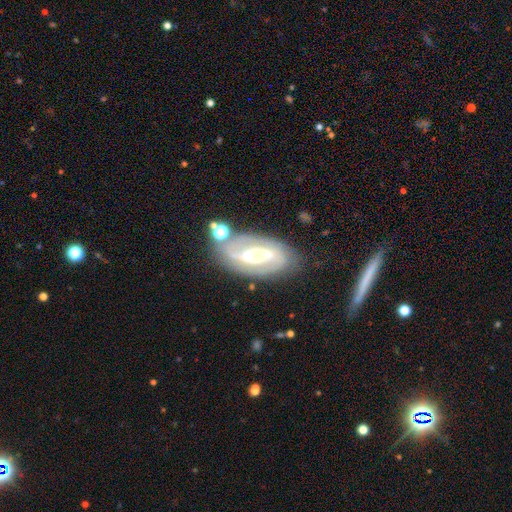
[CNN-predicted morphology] Overall: featured or disk (81%). Edge-on disk: no (93%). Bar: strong (41%; weak 38%). Spiral arms: yes (88%). Spiral arm count: 2 (79%). Spiral winding: medium (44%; tight 39%). Bulge size: moderate (60%; small 29%). Merging: none (73%).